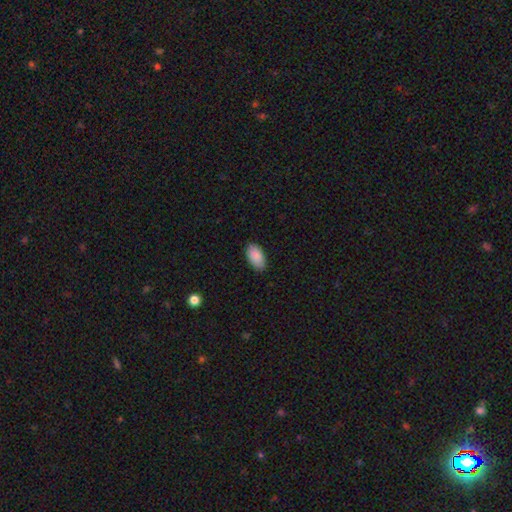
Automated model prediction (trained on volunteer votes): Overall: smooth (90%). How rounded: in between (95%). Merging: none (87%).